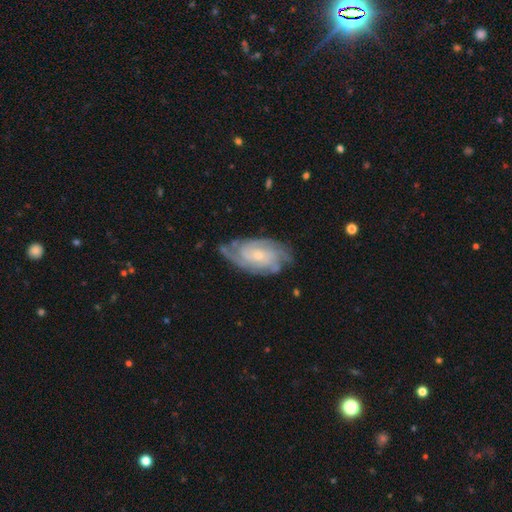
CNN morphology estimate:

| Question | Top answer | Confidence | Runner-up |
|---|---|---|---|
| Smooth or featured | featured or disk | 69% | smooth (18%) |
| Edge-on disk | no | 93% | yes (7%) |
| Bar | no | 64% | weak (29%) |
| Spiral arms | yes | 92% | no (8%) |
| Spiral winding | tight | 67% | medium (26%) |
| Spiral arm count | can't tell | 41% | 2 (21%) |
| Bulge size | small | 65% | moderate (29%) |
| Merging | none | 76% | minor disturbance (17%) |